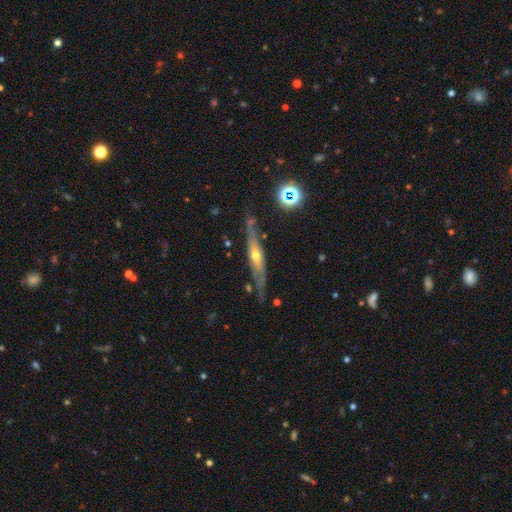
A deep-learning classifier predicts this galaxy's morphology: featured or disk 67%, smooth 25%, star or artifact 7%. Down the decision tree: edge-on disk — yes (82%); edge-on bulge — rounded (81%); merging — none (71%).